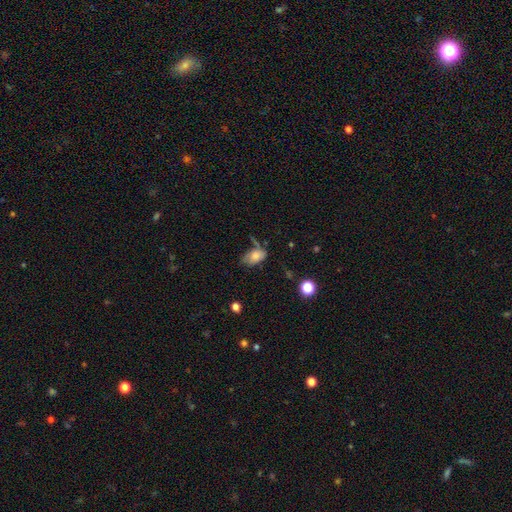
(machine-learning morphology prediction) Smooth or featured? smooth (73%)
How rounded? in between (91%)
Merging? none (42%)